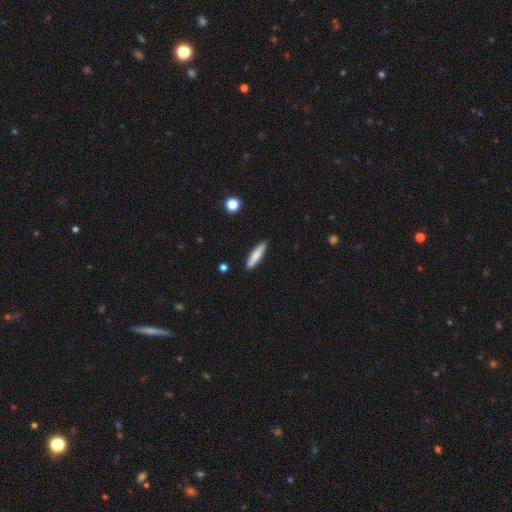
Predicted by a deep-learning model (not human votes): A smooth galaxy with no disk features (79%) that is cigar-shaped (86%).

Vote fractions:
- Smooth or featured? smooth: 79% / featured or disk: 14% / star or artifact: 6%
- How rounded? cigar-shaped: 86% / in between: 13% / round: 1%
- Merging? none: 90% / minor disturbance: 7% / major disturbance: 2% / merger: 1%